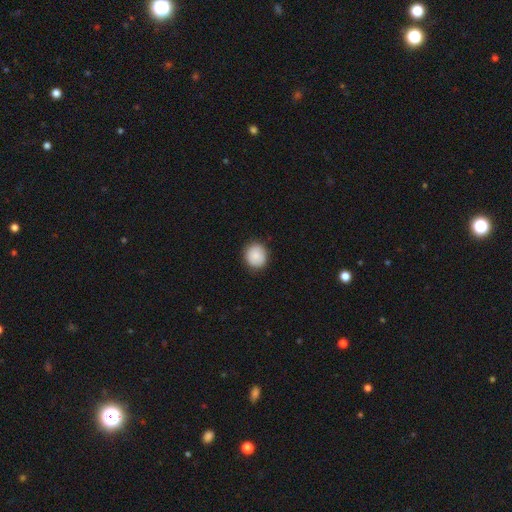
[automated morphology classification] smooth_or_featured: smooth (p=0.89) [alt: star or artifact p=0.07]
how_rounded: round (p=0.84) [alt: in between p=0.15]
merging: none (p=0.89) [alt: minor disturbance p=0.08]